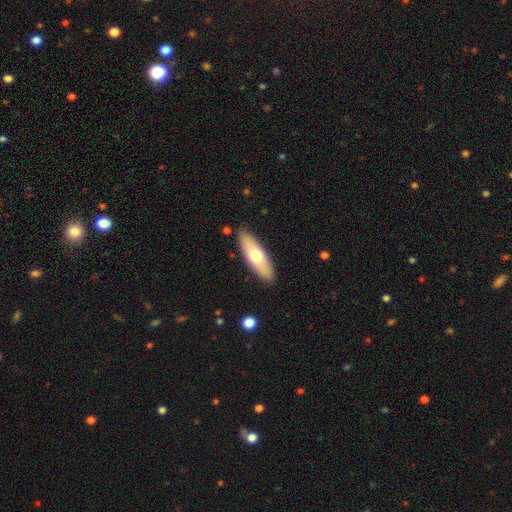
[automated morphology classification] Smooth or featured? Predicted: smooth (p=0.62). How rounded? Predicted: in between (p=0.55). Merging? Predicted: none (p=0.88).